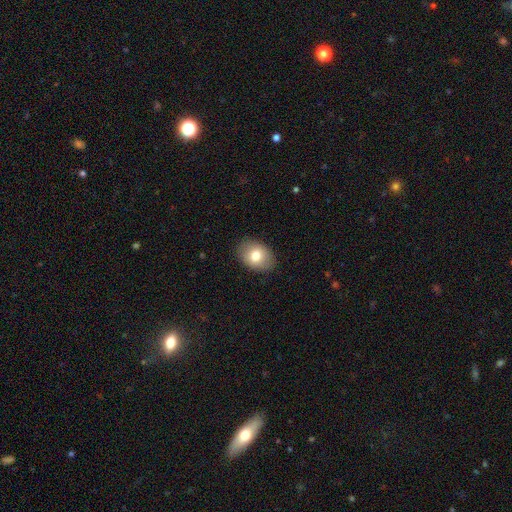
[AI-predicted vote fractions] This appears to be a smooth galaxy with no disk features (77%) that is in between round and cigar-shaped (73%). Merging: none (87%).